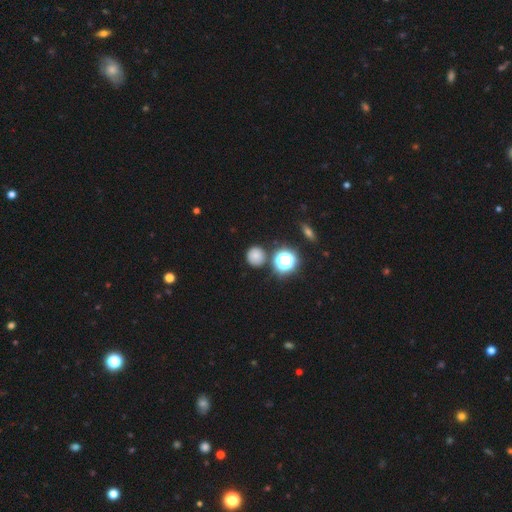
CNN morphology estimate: Smooth or featured? smooth (74%)
How rounded? round (90%)
Merging? none (84%)